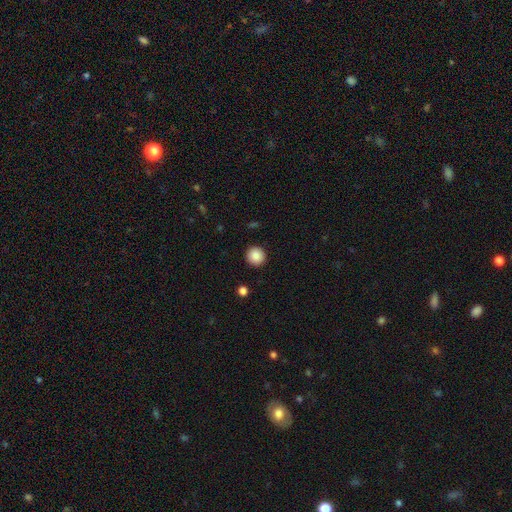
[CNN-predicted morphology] smooth_or_featured: smooth (p=0.88) [alt: star or artifact p=0.08]
how_rounded: round (p=0.95) [alt: in between p=0.04]
merging: none (p=0.92) [alt: minor disturbance p=0.05]